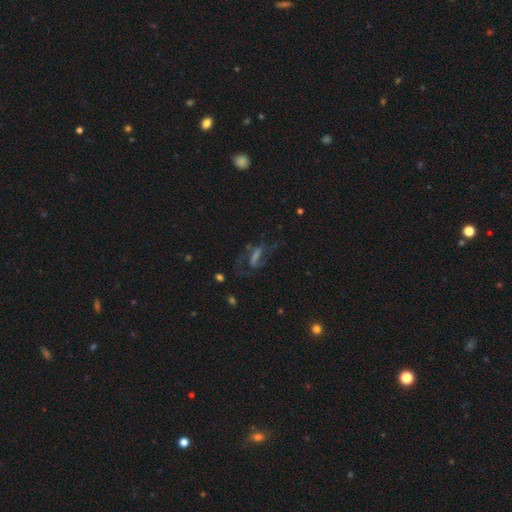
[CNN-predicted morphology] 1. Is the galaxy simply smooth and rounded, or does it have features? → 60% featured or disk, 20% smooth, 20% star or artifact.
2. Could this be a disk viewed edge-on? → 88% no, 12% yes.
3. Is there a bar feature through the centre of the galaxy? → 46% strong, 33% weak, 21% no.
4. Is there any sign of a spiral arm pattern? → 79% yes, 21% no.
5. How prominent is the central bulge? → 46% none, 23% small, 19% moderate, 9% large, 3% dominant.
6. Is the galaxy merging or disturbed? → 52% none, 28% major disturbance, 17% minor disturbance, 3% merger.